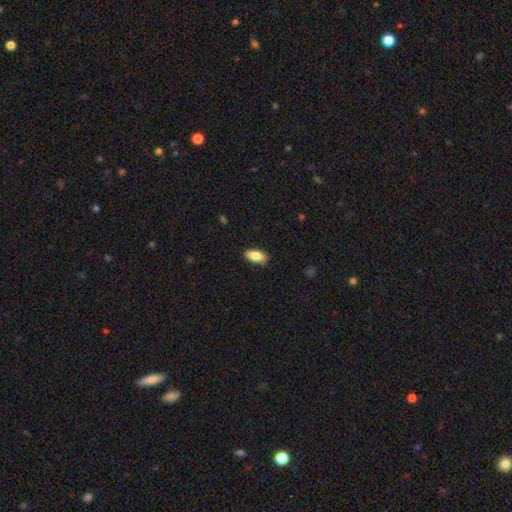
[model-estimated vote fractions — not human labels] smooth-or-featured: smooth: 81% | featured or disk: 13% | star or artifact: 6%
  how-rounded: in between: 85% | cigar-shaped: 12% | round: 3%
  merging: none: 88% | minor disturbance: 10% | major disturbance: 2% | merger: 1%